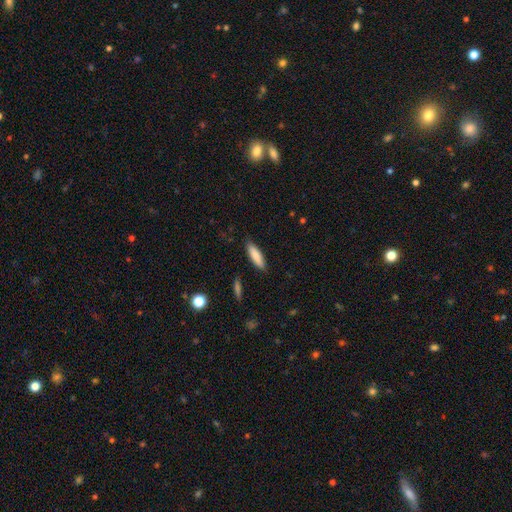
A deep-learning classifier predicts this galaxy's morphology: This is clearly a smooth galaxy (82%). How rounded: possibly cigar-shaped (59%). Merging: clearly none (86%).